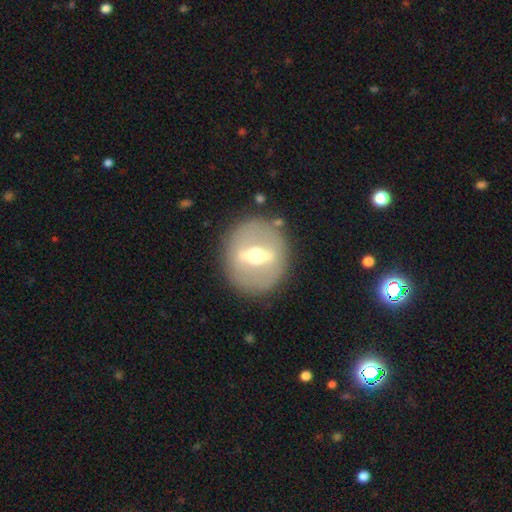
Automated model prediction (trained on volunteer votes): This is likely a featured or disk galaxy (71%). It is likely not viewed edge-on (72%). Bar: likely strong (71%). Spiral arm pattern: clearly no (89%). Central bulge: likely moderate (73%). Merging: clearly none (85%).